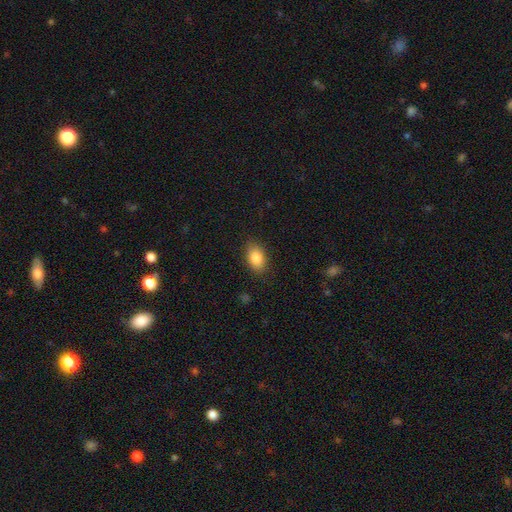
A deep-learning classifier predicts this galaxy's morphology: Smooth or featured?
  - smooth: 86% *
  - star or artifact: 8%
  - featured or disk: 6%
How rounded?
  - in between: 87% *
  - round: 11%
  - cigar-shaped: 2%
Merging?
  - none: 86% *
  - minor disturbance: 11%
  - major disturbance: 3%
  - merger: 1%